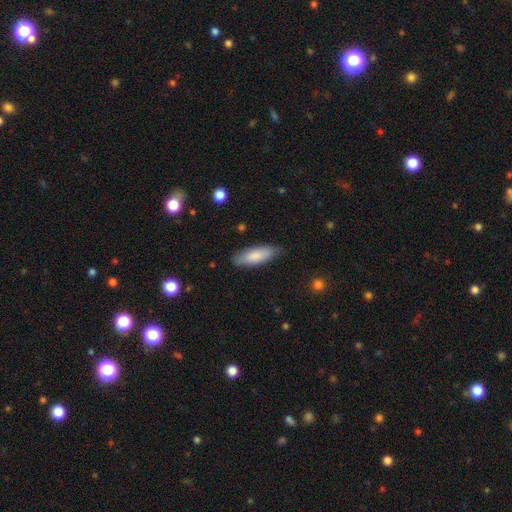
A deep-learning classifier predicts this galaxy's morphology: Smooth or featured: smooth — 83% (featured or disk — 12%)
How rounded: in between — 66% (cigar-shaped — 33%)
Merging: none — 81% (minor disturbance — 15%)